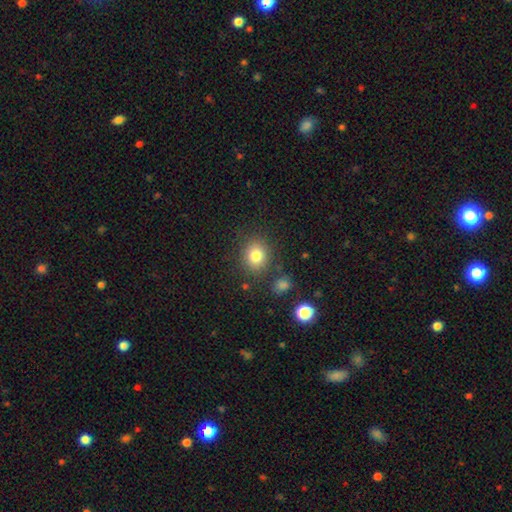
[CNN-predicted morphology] A smooth galaxy with no disk features (81%) that is round (73%).

Vote fractions:
- Smooth or featured? smooth: 81% / star or artifact: 11% / featured or disk: 8%
- How rounded? round: 73% / in between: 26% / cigar-shaped: 1%
- Merging? none: 82% / minor disturbance: 10% / merger: 4% / major disturbance: 4%